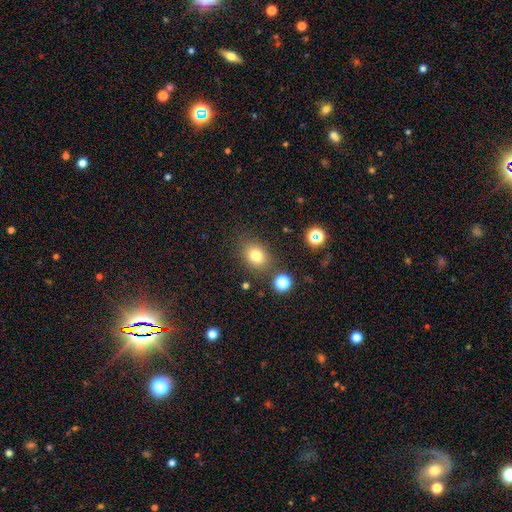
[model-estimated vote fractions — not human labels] Q: Smooth or featured?
A: smooth (78%); runner-up: star or artifact (14%)
Q: How rounded?
A: in between (52%); runner-up: round (47%)
Q: Merging?
A: none (79%); runner-up: minor disturbance (12%)